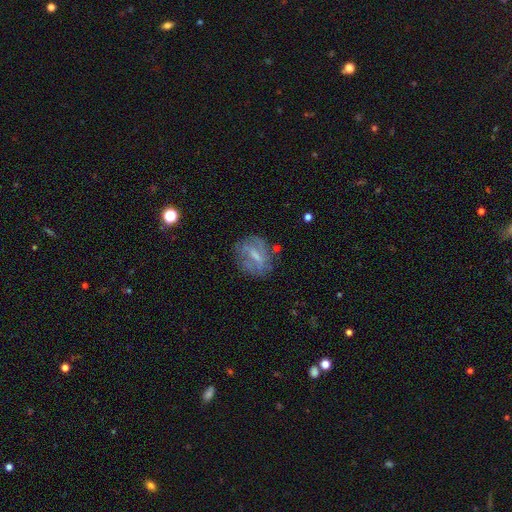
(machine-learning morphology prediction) smooth_or_featured: featured or disk (p=0.56) [alt: smooth p=0.33]
disk_edge_on: no (p=0.93) [alt: yes p=0.07]
bar: weak (p=0.44) [alt: strong p=0.31]
has_spiral_arms: no (p=0.58) [alt: yes p=0.42]
bulge_size: small (p=0.36) [alt: none p=0.31]
merging: none (p=0.63) [alt: minor disturbance p=0.21]